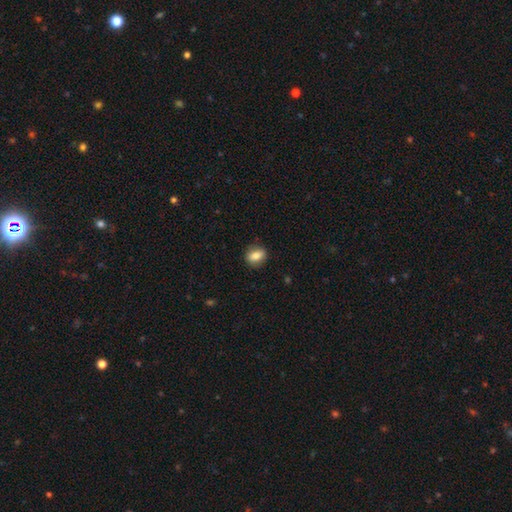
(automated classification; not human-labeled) This appears to be a smooth galaxy with no disk features (82%) that is in between round and cigar-shaped (64%). Merging: none (85%).